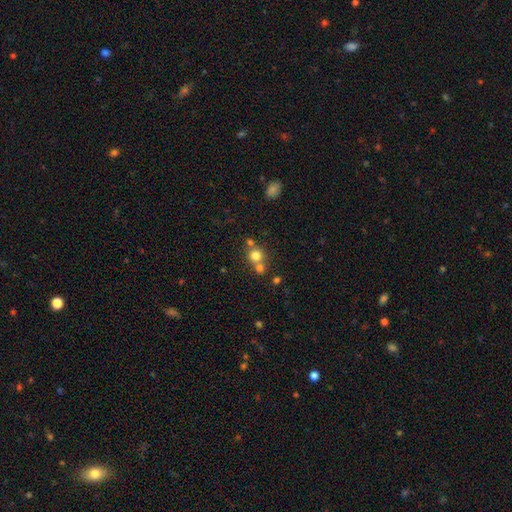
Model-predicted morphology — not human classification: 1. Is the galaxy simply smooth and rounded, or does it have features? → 75% smooth, 14% star or artifact, 11% featured or disk.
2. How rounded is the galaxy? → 89% round, 10% in between, 1% cigar-shaped.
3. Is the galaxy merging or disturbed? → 51% none, 40% merger, 6% minor disturbance, 3% major disturbance.